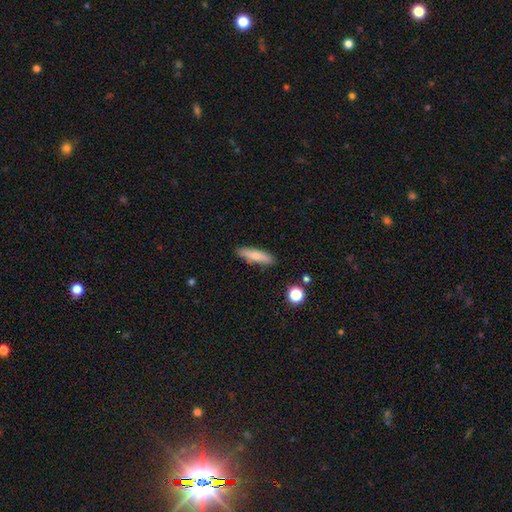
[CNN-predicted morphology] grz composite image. It shows a smooth galaxy with no disk features (70%) that is cigar-shaped (69%). Merging: none (85%).